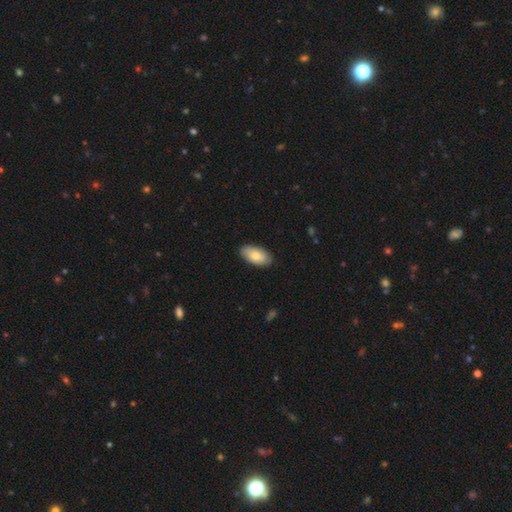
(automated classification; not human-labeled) This is likely a smooth galaxy (77%). How rounded: clearly in between (94%). Merging: clearly none (86%).